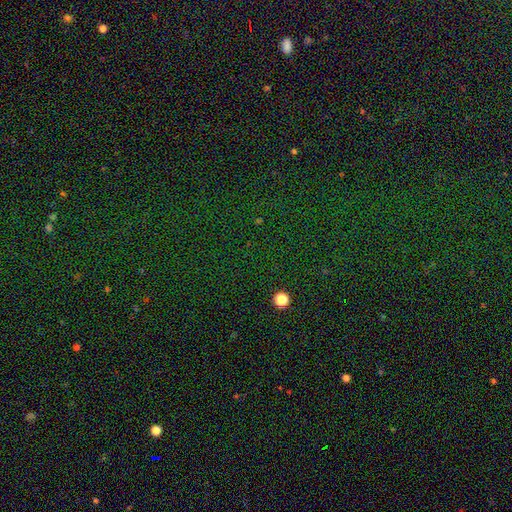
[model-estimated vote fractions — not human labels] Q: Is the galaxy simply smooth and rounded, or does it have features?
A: star or artifact — 65%.